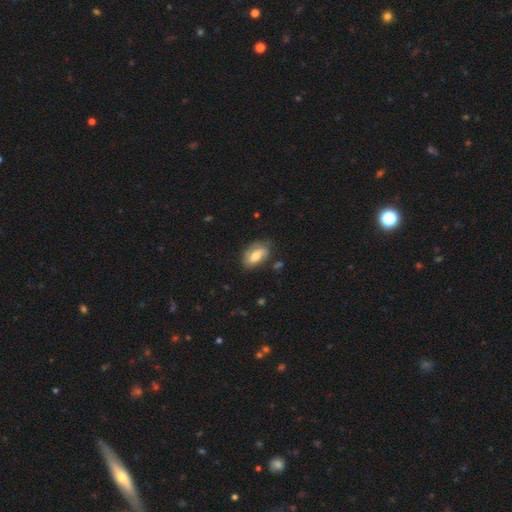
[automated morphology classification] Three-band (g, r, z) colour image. It shows a smooth galaxy with no disk features (56%) that is in between round and cigar-shaped (90%). Merging: none (64%).